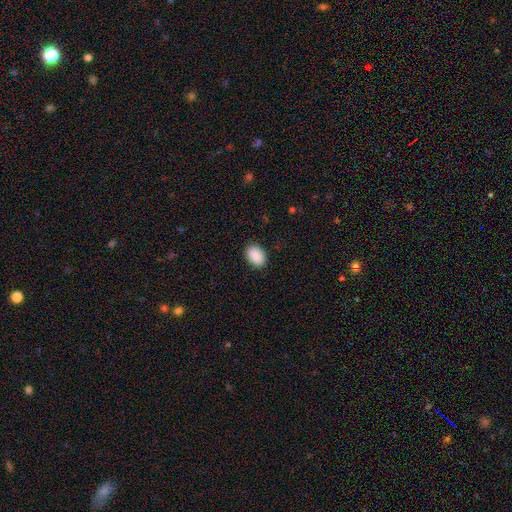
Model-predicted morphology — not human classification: smooth_or_featured: smooth (p=0.91) [alt: star or artifact p=0.07]
how_rounded: in between (p=0.81) [alt: round p=0.18]
merging: none (p=0.88) [alt: minor disturbance p=0.08]